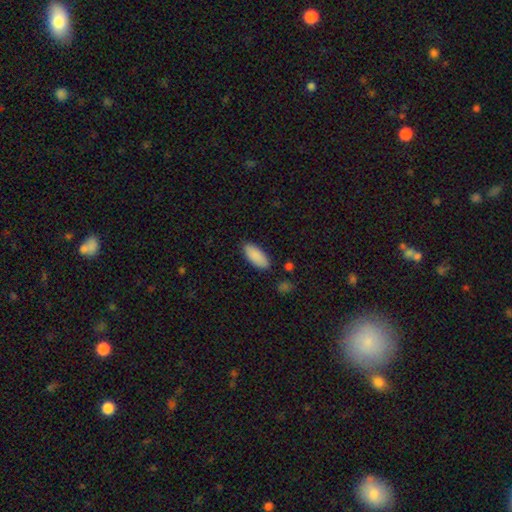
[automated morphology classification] This is clearly a smooth galaxy (90%). How rounded: clearly in between (85%). Merging: clearly none (86%).